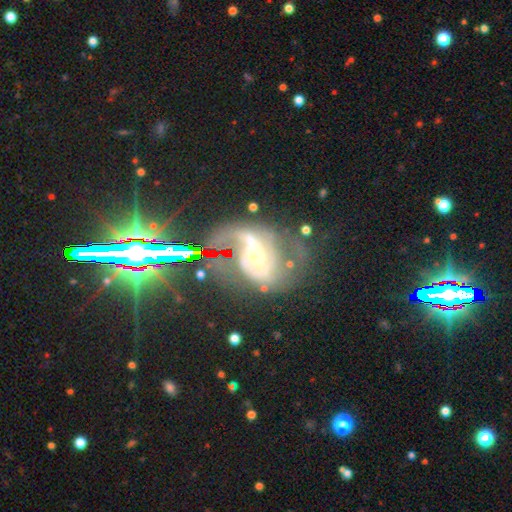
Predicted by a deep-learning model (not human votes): Overall: featured or disk (84%). Edge-on disk: no (97%). Bar: weak (39%; no 35%). Spiral arms: yes (95%). Spiral arm count: 2 (80%). Spiral winding: medium (46%; loose 40%). Bulge size: moderate (57%; small 36%). Merging: none (47%; major disturbance 27%).